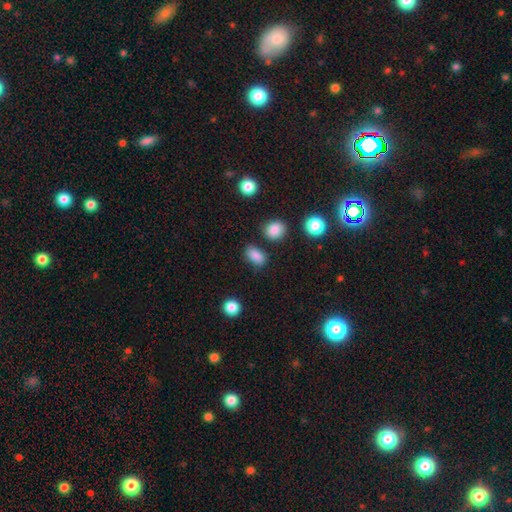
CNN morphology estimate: smooth 85%, star or artifact 10%, featured or disk 4%. Down the decision tree: how rounded — in between (84%); merging — none (78%).